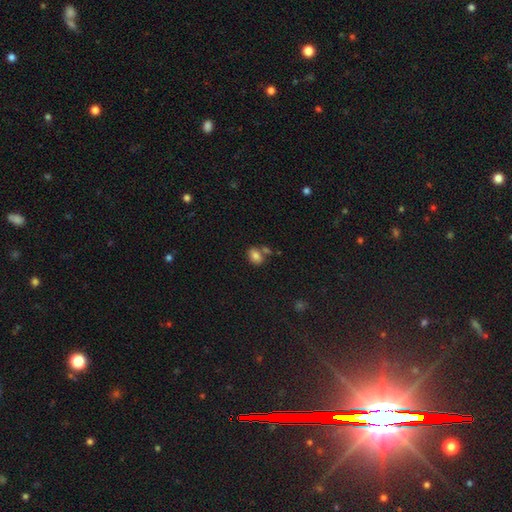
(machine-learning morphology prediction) type=smooth (81%); roundness=in between (75%); merging=none (58%).